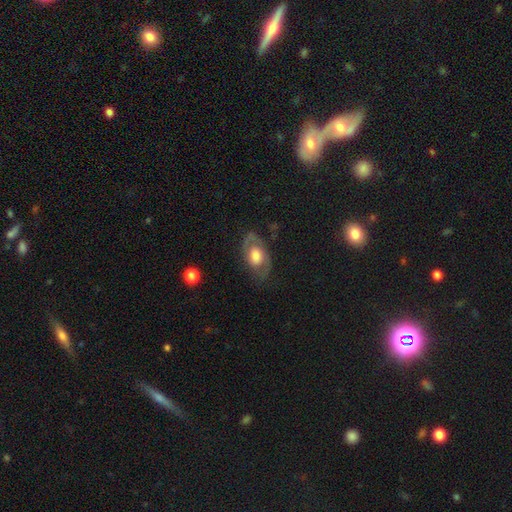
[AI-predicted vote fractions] This appears to be a featured or disk galaxy (54%). Merging: none (72%).